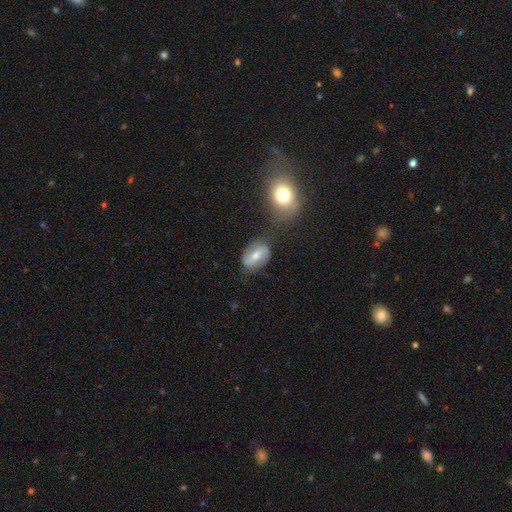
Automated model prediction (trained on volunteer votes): This appears to be a featured or disk galaxy (46%). Merging: none (70%).